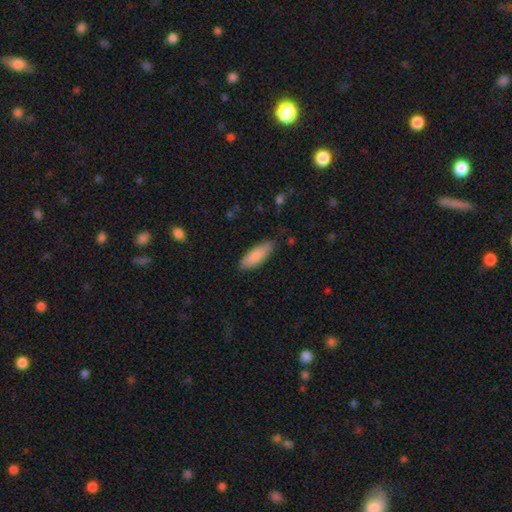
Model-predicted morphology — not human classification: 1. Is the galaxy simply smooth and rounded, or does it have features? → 84% smooth, 11% featured or disk, 6% star or artifact.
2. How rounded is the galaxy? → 68% in between, 30% cigar-shaped, 2% round.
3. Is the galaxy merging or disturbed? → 82% none, 14% minor disturbance, 2% major disturbance, 1% merger.